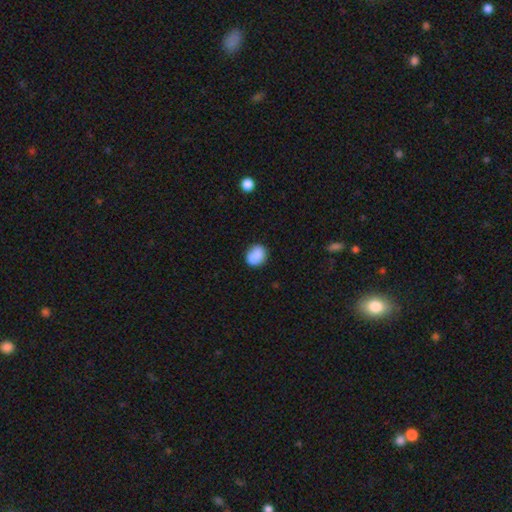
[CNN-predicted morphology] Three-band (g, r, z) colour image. It shows a smooth galaxy with no disk features (86%) that is round (63%). Merging: none (80%).